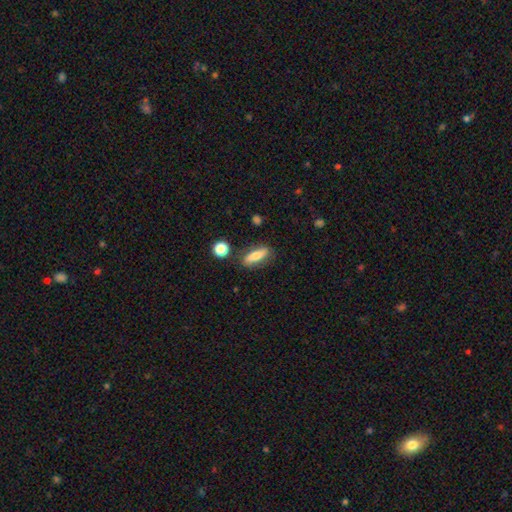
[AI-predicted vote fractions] Smooth or featured? Predicted: smooth (p=0.62). How rounded? Predicted: in between (p=0.52). Merging? Predicted: none (p=0.78).